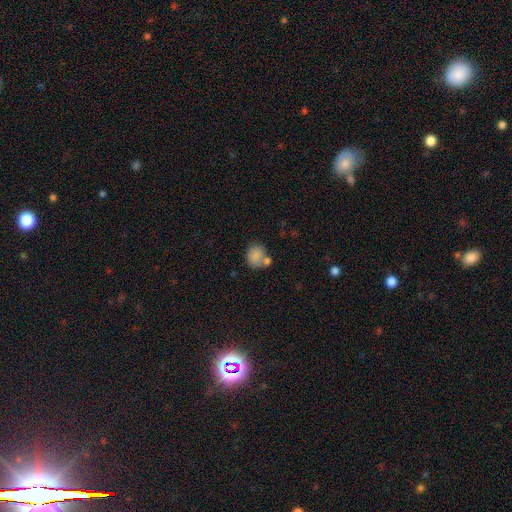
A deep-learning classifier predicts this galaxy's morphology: This appears to be a smooth galaxy with no disk features (83%) that is round (71%). Merging: none (55%).